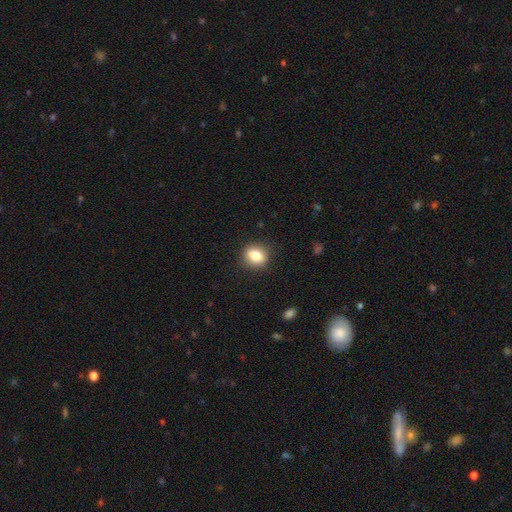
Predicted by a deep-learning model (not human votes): smooth 79%, featured or disk 12%, star or artifact 9%. Down the decision tree: how rounded — round (55%); merging — none (88%).